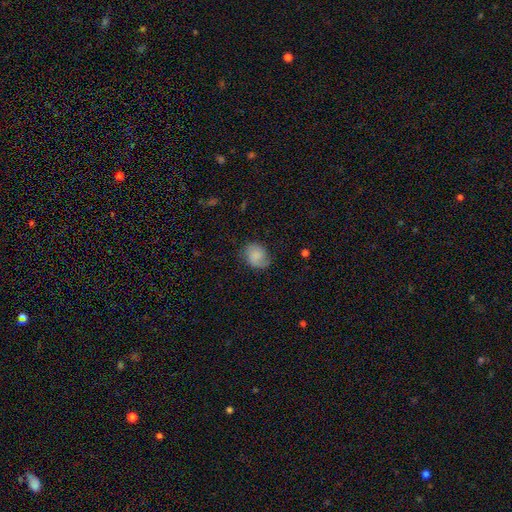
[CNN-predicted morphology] smooth_or_featured: smooth (p=0.67) [alt: featured or disk p=0.25]
how_rounded: round (p=0.53) [alt: in between p=0.46]
merging: none (p=0.66) [alt: minor disturbance p=0.24]